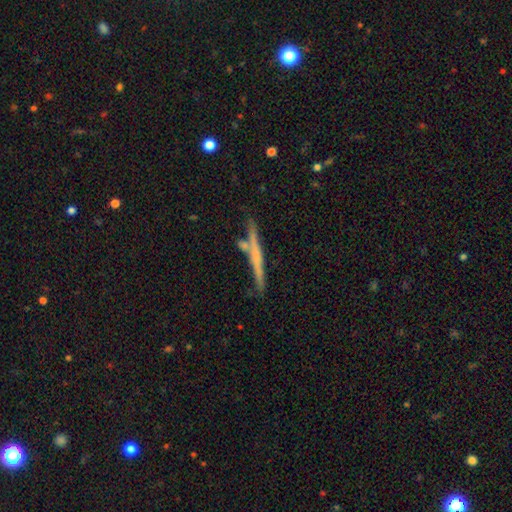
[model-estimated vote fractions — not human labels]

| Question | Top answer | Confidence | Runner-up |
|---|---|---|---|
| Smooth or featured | featured or disk | 56% | smooth (38%) |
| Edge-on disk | yes | 96% | no (4%) |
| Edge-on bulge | none | 69% | rounded (23%) |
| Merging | none | 78% | minor disturbance (11%) |